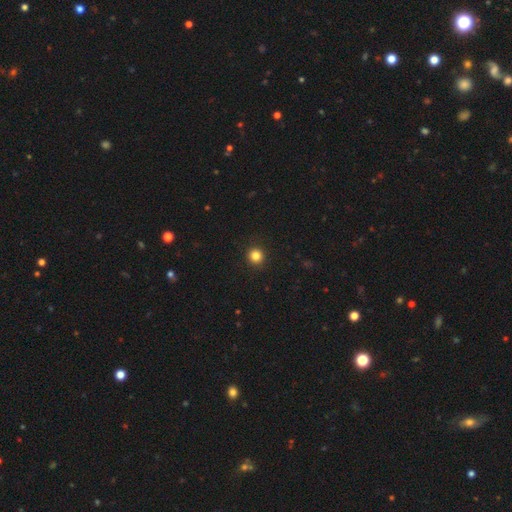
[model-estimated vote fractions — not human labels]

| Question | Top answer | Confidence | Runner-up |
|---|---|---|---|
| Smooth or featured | smooth | 84% | star or artifact (12%) |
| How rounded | round | 94% | in between (5%) |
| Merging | none | 93% | minor disturbance (5%) |